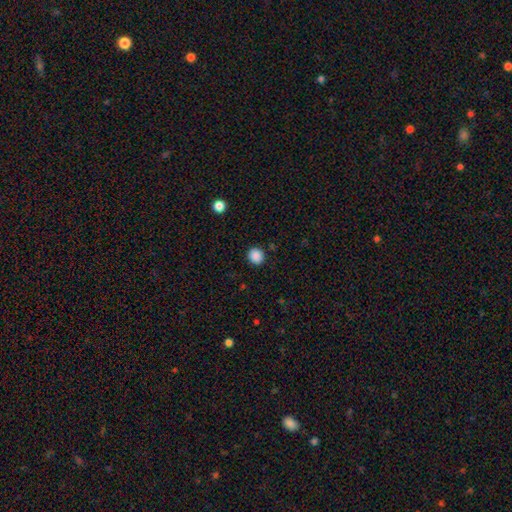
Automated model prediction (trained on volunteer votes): The model was most divided on "how rounded": round: 83%, in between: 16%, cigar-shaped: 1%. More confident: merging — none (90%); smooth or featured — smooth (88%).